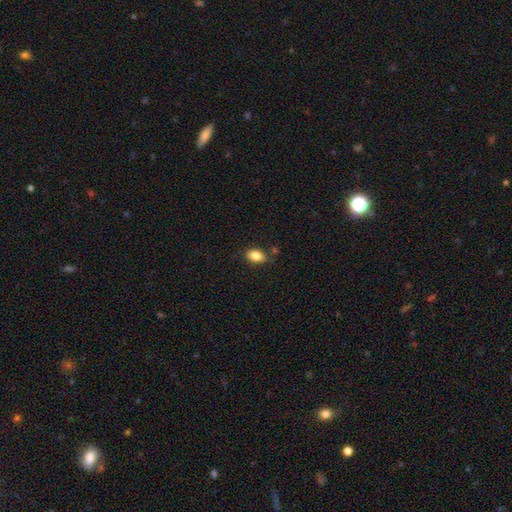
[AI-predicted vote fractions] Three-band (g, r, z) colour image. It shows a smooth galaxy with no disk features (85%) that is in between round and cigar-shaped (88%). Merging: none (80%).